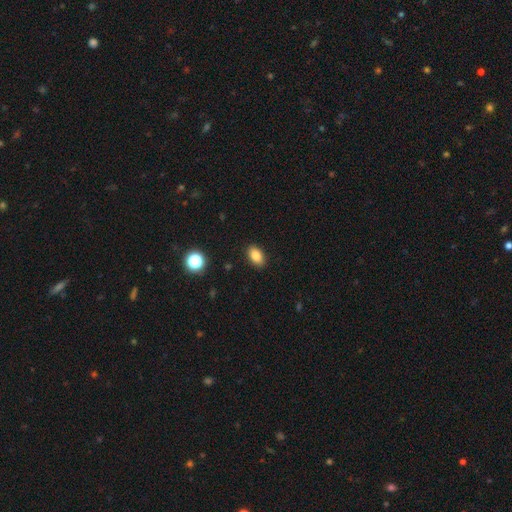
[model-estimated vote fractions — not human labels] Smooth or featured? smooth (83%)
How rounded? in between (88%)
Merging? none (89%)